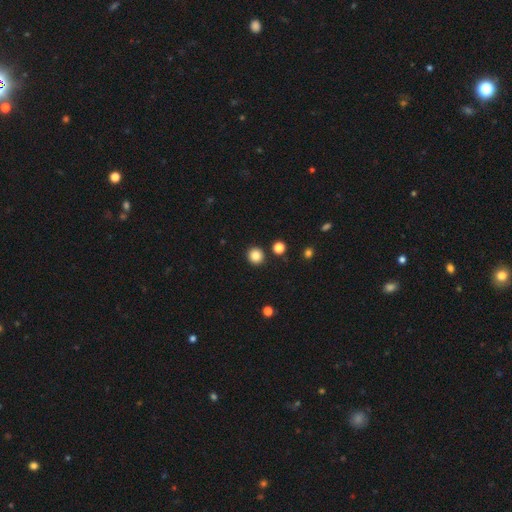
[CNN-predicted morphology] Smooth or featured: smooth — 85% (star or artifact — 11%)
How rounded: round — 94% (in between — 5%)
Merging: none — 91% (minor disturbance — 5%)